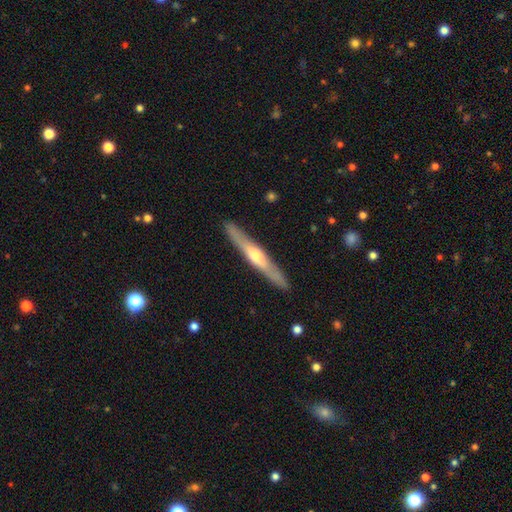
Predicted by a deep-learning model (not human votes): Smooth or featured: featured or disk — 65% (smooth — 30%)
Edge-on disk: yes — 95% (no — 5%)
Edge-on bulge: rounded — 81% (none — 12%)
Merging: none — 90% (minor disturbance — 7%)